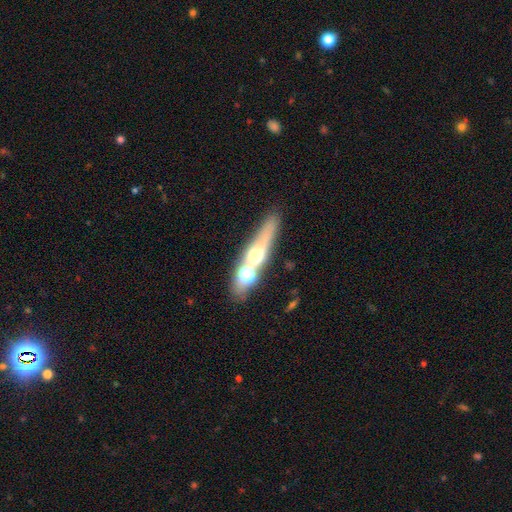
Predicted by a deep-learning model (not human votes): This is possibly a featured or disk galaxy (48%). Merging: likely none (62%).